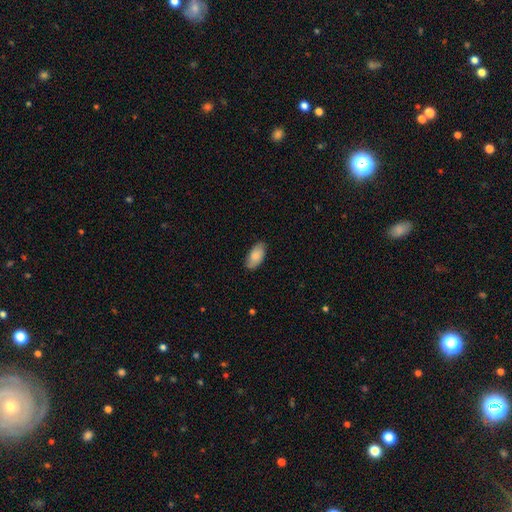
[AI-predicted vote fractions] Smooth or featured? Predicted: smooth (p=0.84). How rounded? Predicted: in between (p=0.94). Merging? Predicted: none (p=0.83).